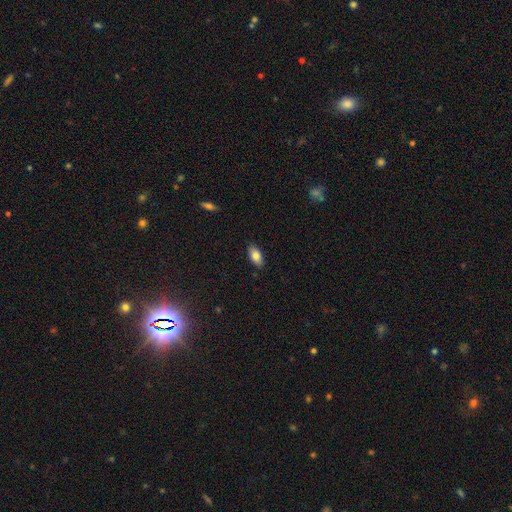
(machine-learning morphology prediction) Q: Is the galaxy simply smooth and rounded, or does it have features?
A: smooth — 82%.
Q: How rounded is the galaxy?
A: in between — 92%.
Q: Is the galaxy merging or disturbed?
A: none — 87%.